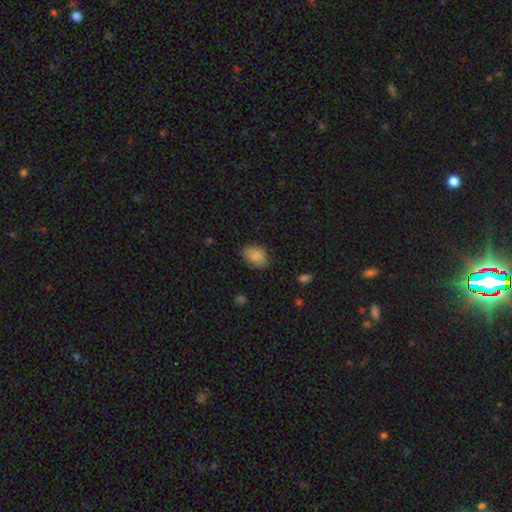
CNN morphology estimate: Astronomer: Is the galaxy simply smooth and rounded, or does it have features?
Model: smooth — 85%.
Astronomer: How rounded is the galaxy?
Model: in between — 77%.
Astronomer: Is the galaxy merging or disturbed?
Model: none — 72%.